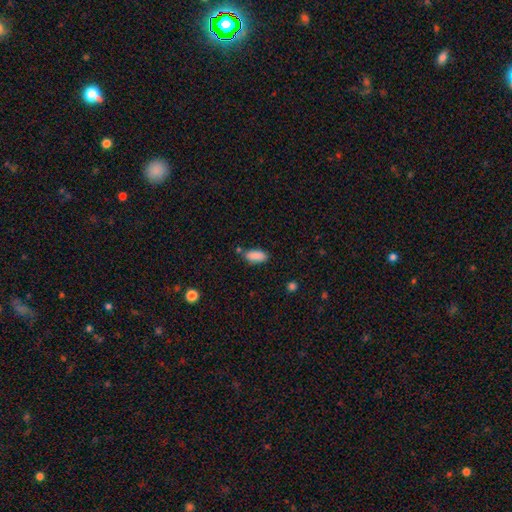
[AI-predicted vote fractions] smooth 88%, star or artifact 7%, featured or disk 4%. Down the decision tree: how rounded — in between (86%); merging — none (74%).